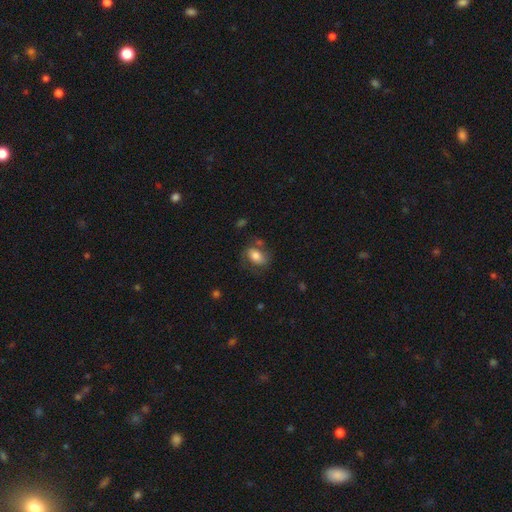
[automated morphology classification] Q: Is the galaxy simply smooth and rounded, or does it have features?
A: smooth — 68%.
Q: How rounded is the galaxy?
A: in between — 80%.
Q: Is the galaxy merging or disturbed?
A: none — 59%.